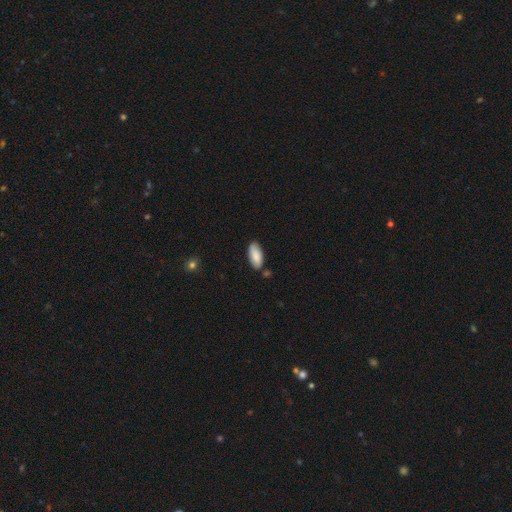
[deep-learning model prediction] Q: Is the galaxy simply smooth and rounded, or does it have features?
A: smooth — 84%.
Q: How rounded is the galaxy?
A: in between — 89%.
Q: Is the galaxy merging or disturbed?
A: none — 78%.